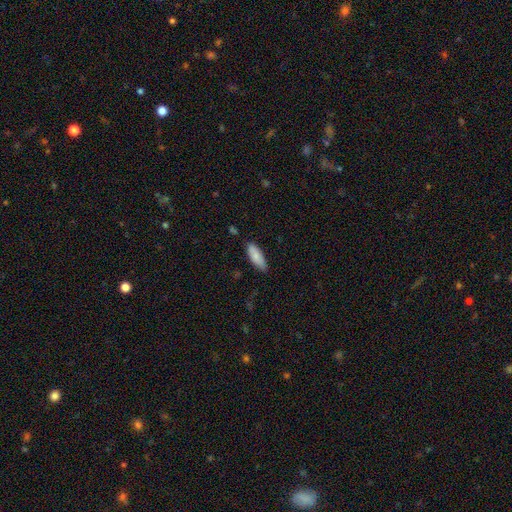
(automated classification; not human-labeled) Smooth or featured: smooth — 82% (featured or disk — 12%)
How rounded: in between — 66% (cigar-shaped — 32%)
Merging: none — 82% (minor disturbance — 14%)